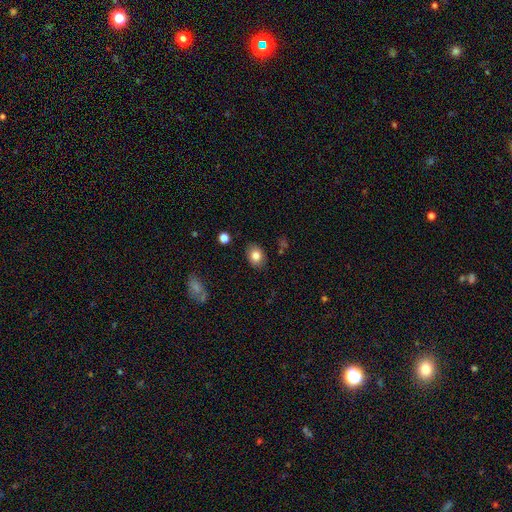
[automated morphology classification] This is clearly a smooth galaxy (83%). How rounded: likely in between (63%). Merging: clearly none (84%).